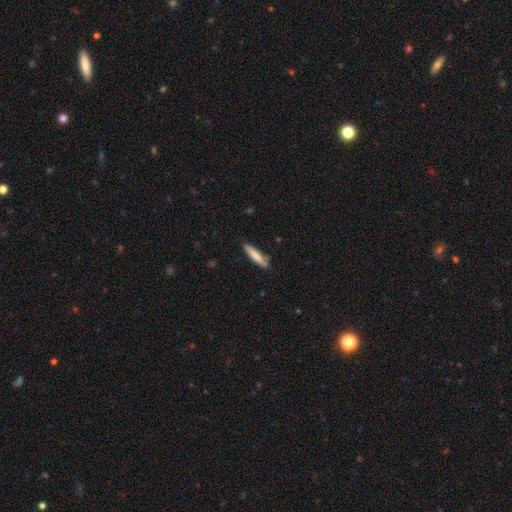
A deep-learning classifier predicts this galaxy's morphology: Q: Smooth or featured?
A: smooth (77%); runner-up: featured or disk (18%)
Q: How rounded?
A: cigar-shaped (85%); runner-up: in between (14%)
Q: Merging?
A: none (80%); runner-up: minor disturbance (15%)